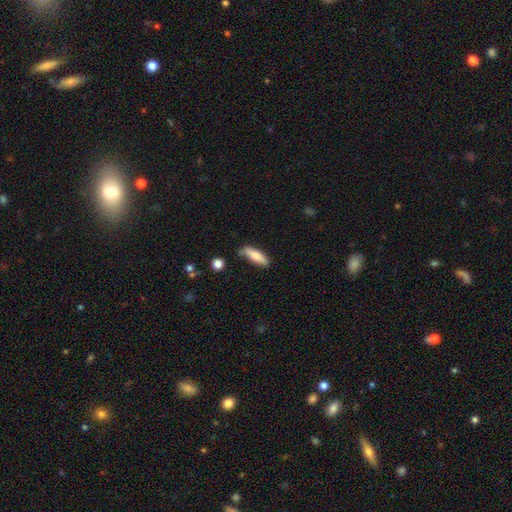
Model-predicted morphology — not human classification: Smooth or featured? Predicted: smooth (p=0.78). How rounded? Predicted: cigar-shaped (p=0.59). Merging? Predicted: none (p=0.72).